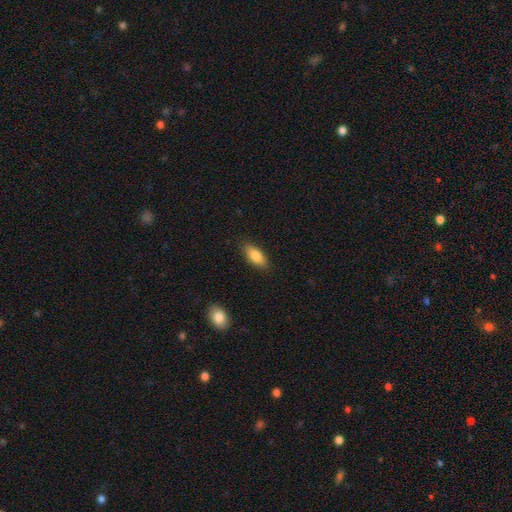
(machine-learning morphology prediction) A smooth galaxy with no disk features (84%) that is in between round and cigar-shaped (82%).

Vote fractions:
- Smooth or featured? smooth: 84% / featured or disk: 9% / star or artifact: 7%
- How rounded? in between: 82% / cigar-shaped: 15% / round: 3%
- Merging? none: 86% / minor disturbance: 11% / major disturbance: 2% / merger: 1%